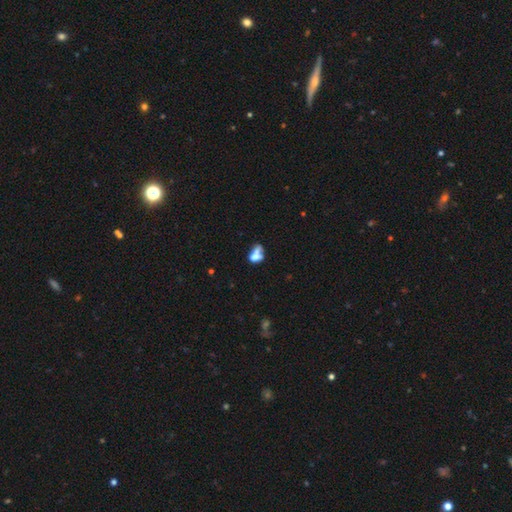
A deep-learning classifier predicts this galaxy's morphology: This is possibly a smooth galaxy (60%). How rounded: likely in between (70%). Merging: possibly merger (50%).